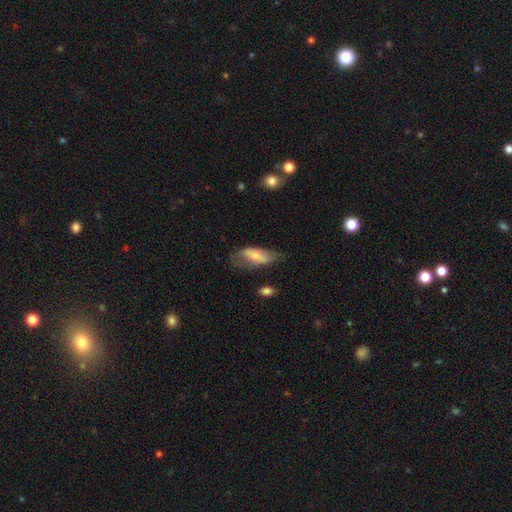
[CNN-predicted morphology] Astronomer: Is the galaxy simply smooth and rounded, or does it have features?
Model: smooth — 58% (runner-up: featured or disk, 35%).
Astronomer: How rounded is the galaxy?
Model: in between — 80%.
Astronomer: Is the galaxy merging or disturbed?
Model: none — 49% (runner-up: minor disturbance, 32%).